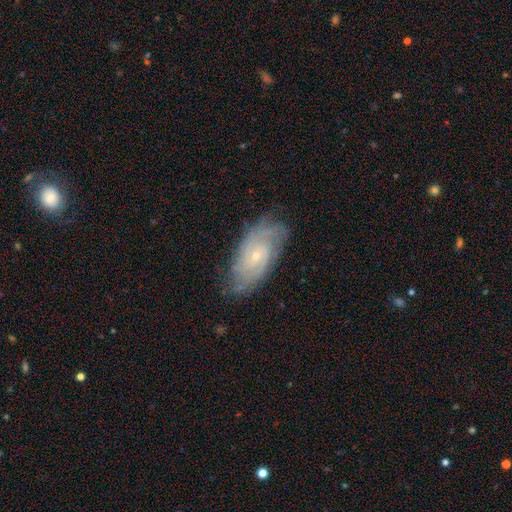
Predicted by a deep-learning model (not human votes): Morphology: type=featured or disk (80%); edge-on=no (94%); bar=no (64%); spiral arms=yes (95%); winding=tight (61%); arm count=can't tell (34%); bulge=small (77%); merging=none (76%).